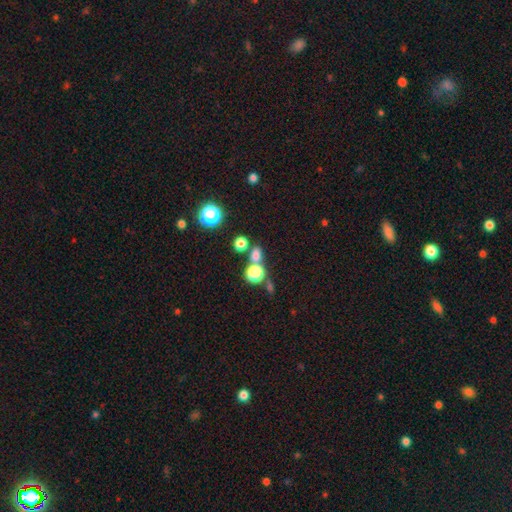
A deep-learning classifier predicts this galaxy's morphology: The model was most divided on "how rounded": round: 58%, in between: 40%, cigar-shaped: 2%. More confident: smooth or featured — smooth (70%); merging — none (64%).